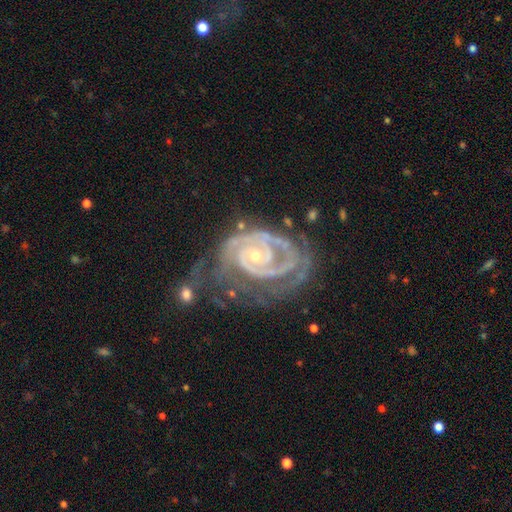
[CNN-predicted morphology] Overall: featured or disk (91%). Edge-on disk: no (98%). Bar: no (69%). Spiral arms: yes (97%). Spiral arm count: 2 (47%; 3 19%). Spiral winding: tight (73%). Bulge size: small (66%; moderate 30%). Merging: none (40%; minor disturbance 27%).